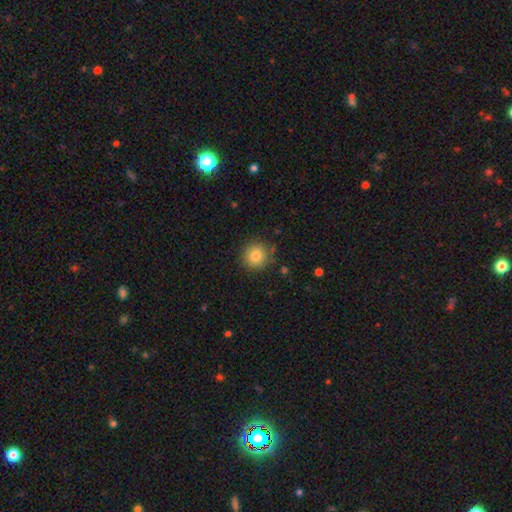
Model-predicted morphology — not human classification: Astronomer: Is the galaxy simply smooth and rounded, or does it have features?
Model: smooth — 82%.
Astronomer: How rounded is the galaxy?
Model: round — 93%.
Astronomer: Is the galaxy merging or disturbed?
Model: none — 87%.